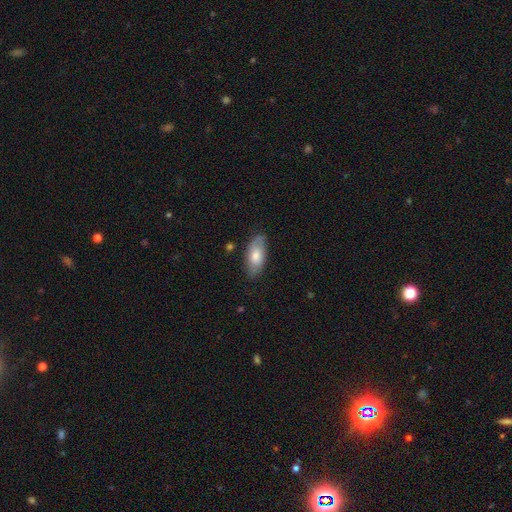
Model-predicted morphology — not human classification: Smooth or featured: smooth — 66% (featured or disk — 28%)
How rounded: in between — 89% (cigar-shaped — 9%)
Merging: none — 77% (minor disturbance — 18%)